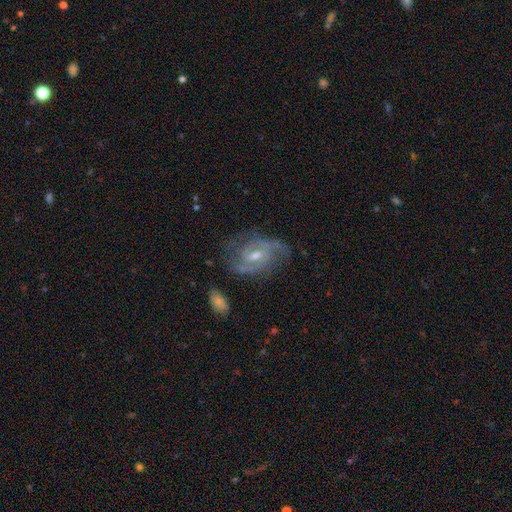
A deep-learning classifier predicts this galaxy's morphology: Smooth or featured?
  - featured or disk: 87% *
  - smooth: 8%
  - star or artifact: 6%
Edge-on disk?
  - no: 97% *
  - yes: 3%
Bar?
  - weak: 55% *
  - no: 31%
  - strong: 14%
Spiral arms?
  - yes: 95% *
  - no: 5%
Spiral winding?
  - medium: 49% *
  - tight: 38%
  - loose: 14%
Spiral arm count?
  - 2: 70% *
  - can't tell: 12%
  - 3: 10%
  - 1: 3%
  - 4: 3%
  - more than 4: 2%
Bulge size?
  - moderate: 58% *
  - small: 35%
  - large: 3%
  - none: 2%
  - dominant: 1%
Merging?
  - none: 68% *
  - minor disturbance: 20%
  - major disturbance: 10%
  - merger: 2%